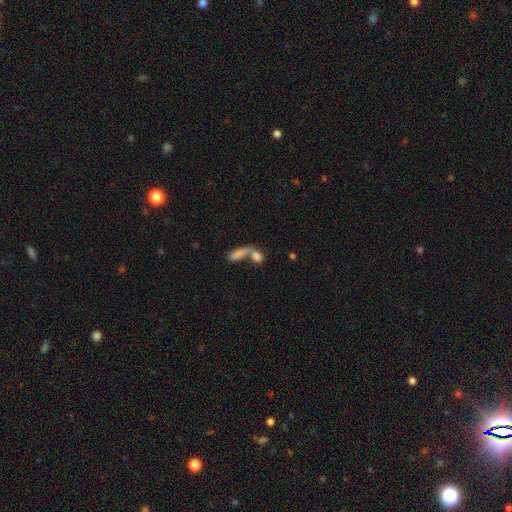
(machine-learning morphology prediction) Smooth or featured: smooth — 76% (featured or disk — 15%)
How rounded: in between — 69% (cigar-shaped — 18%)
Merging: merger — 67% (none — 20%)